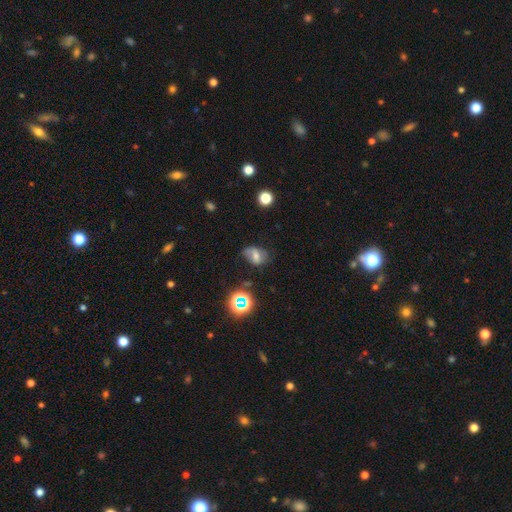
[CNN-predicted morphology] Overall: smooth (42%; featured or disk 41%). Merging: none (55%; minor disturbance 29%).